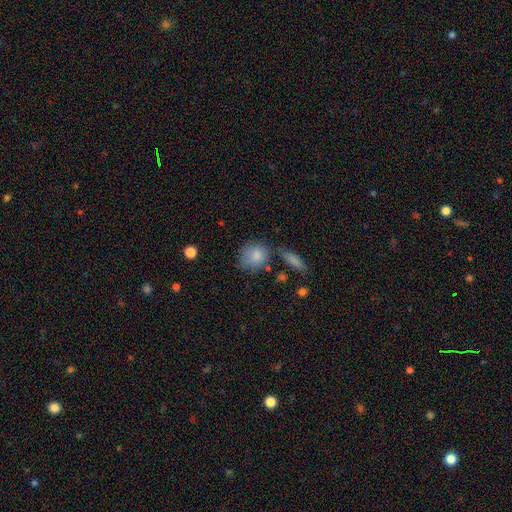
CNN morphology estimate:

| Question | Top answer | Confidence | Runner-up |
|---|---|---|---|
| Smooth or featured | smooth | 83% | featured or disk (9%) |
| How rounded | round | 69% | in between (29%) |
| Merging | none | 60% | minor disturbance (22%) |